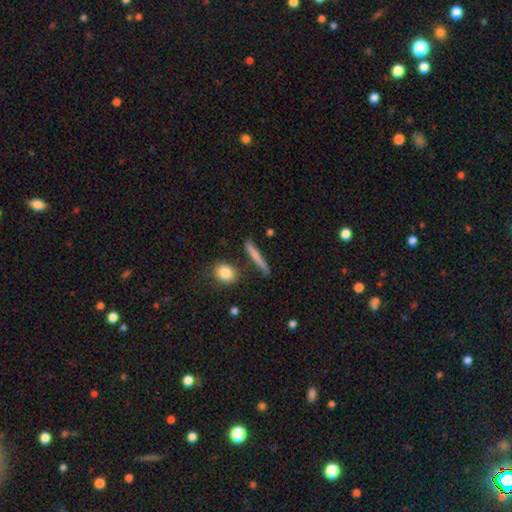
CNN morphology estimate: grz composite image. It shows a smooth galaxy with no disk features (65%) that is cigar-shaped (91%). Merging: none (80%).